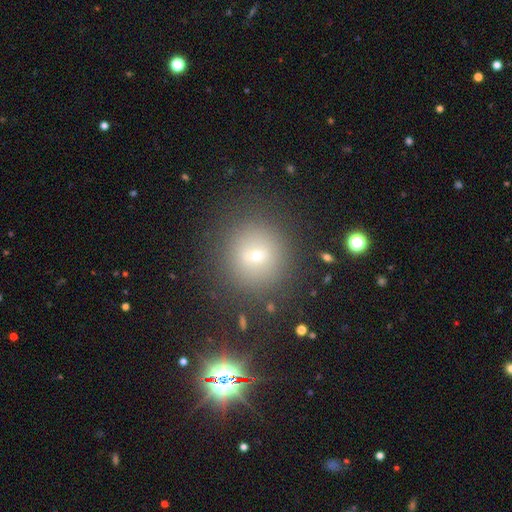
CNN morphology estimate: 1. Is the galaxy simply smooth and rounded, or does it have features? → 61% smooth, 20% featured or disk, 19% star or artifact.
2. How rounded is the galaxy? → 93% round, 6% in between, 1% cigar-shaped.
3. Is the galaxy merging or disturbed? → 83% none, 9% minor disturbance, 5% major disturbance, 3% merger.